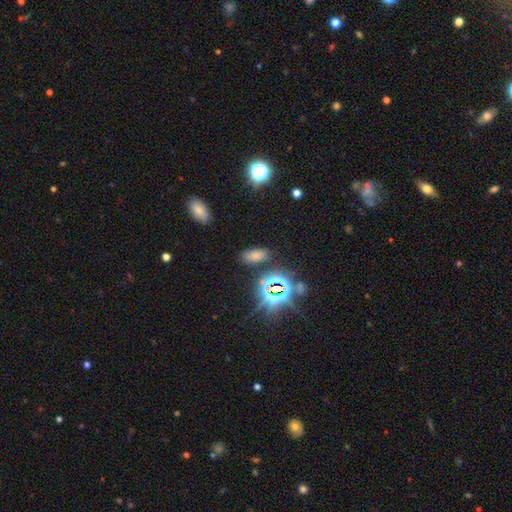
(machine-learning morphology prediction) Smooth or featured? smooth (62%)
How rounded? in between (88%)
Merging? none (82%)